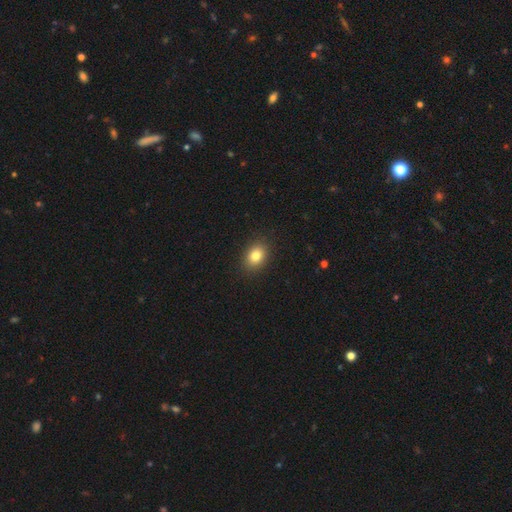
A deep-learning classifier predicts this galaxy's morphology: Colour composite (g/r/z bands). It shows a smooth galaxy with no disk features (82%) that is in between round and cigar-shaped (64%). Merging: none (89%).